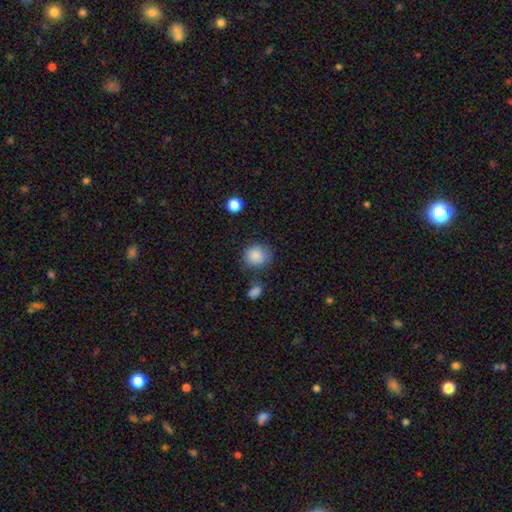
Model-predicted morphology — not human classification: A smooth galaxy with no disk features (87%) that is round (82%). Merging: none (75%).